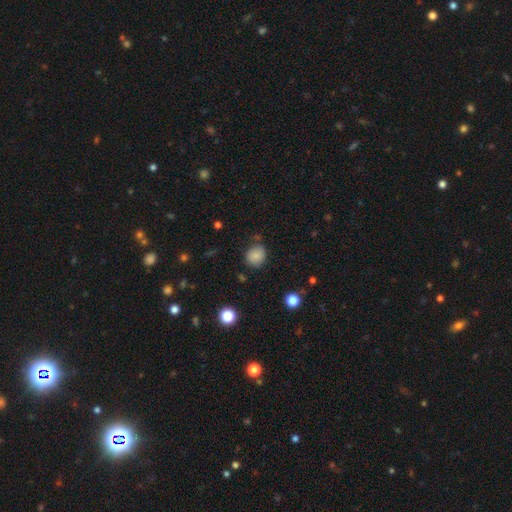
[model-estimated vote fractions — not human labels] This appears to be a smooth galaxy with no disk features (82%) that is round (75%). Merging: none (74%).